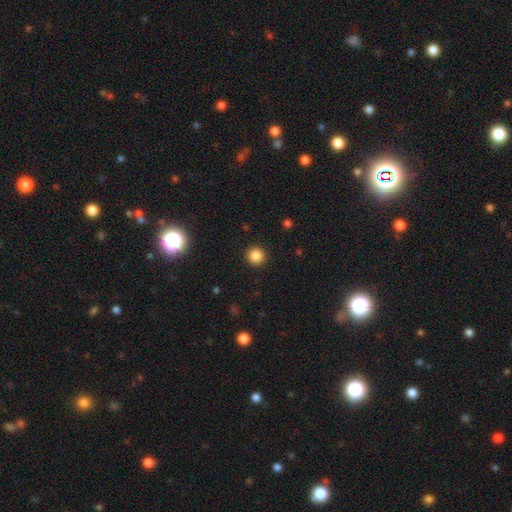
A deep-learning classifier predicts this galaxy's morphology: A smooth galaxy with no disk features (85%) that is round (95%).

Vote fractions:
- Smooth or featured? smooth: 85% / star or artifact: 12% / featured or disk: 4%
- How rounded? round: 95% / in between: 4% / cigar-shaped: 1%
- Merging? none: 92% / minor disturbance: 5% / major disturbance: 2% / merger: 1%